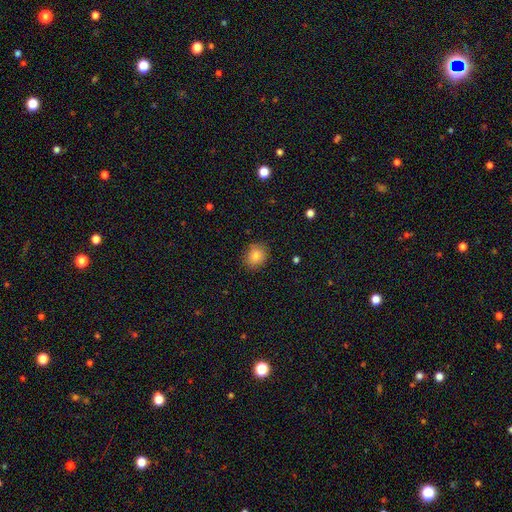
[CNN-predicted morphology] Smooth or featured: smooth — 81% (star or artifact — 11%)
How rounded: round — 67% (in between — 32%)
Merging: none — 85% (minor disturbance — 11%)